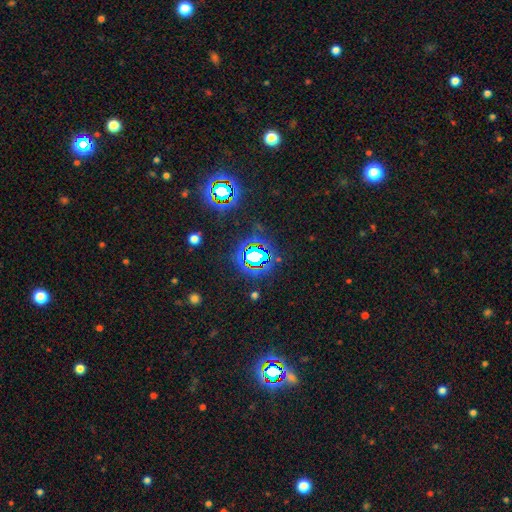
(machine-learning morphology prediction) The model was most divided on "smooth or featured": star or artifact: 71%, smooth: 17%, featured or disk: 11%.